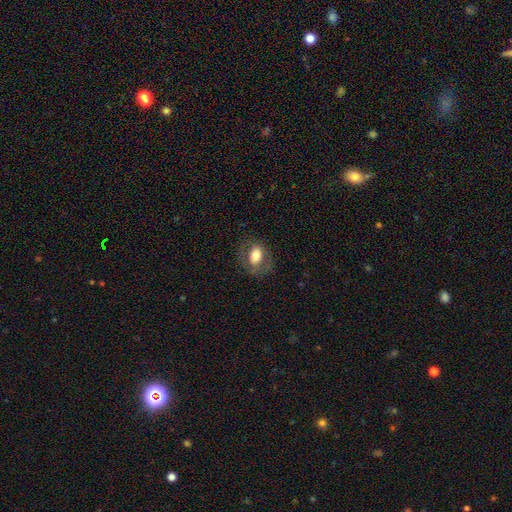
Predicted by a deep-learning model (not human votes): smooth-or-featured: smooth: 63% | featured or disk: 29% | star or artifact: 8%
  how-rounded: in between: 73% | round: 25% | cigar-shaped: 2%
  merging: none: 75% | minor disturbance: 15% | major disturbance: 9% | merger: 1%